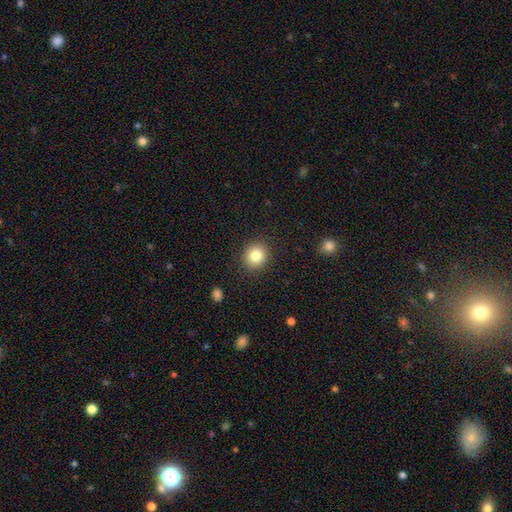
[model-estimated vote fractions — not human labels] This appears to be a smooth galaxy with no disk features (82%) that is round (84%). Merging: none (90%).